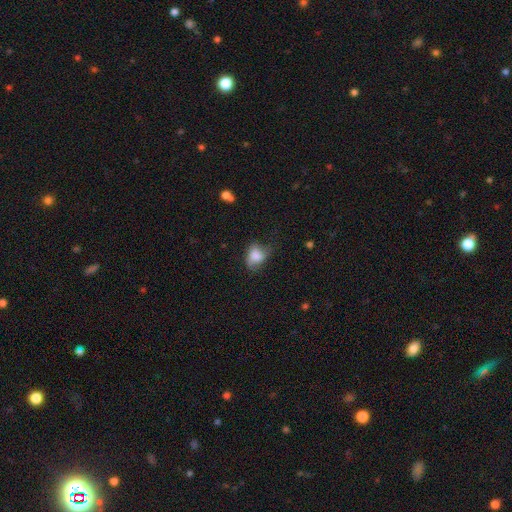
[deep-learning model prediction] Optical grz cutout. It shows a smooth galaxy with no disk features (76%) that is in between round and cigar-shaped (68%). Merging: none (42%).